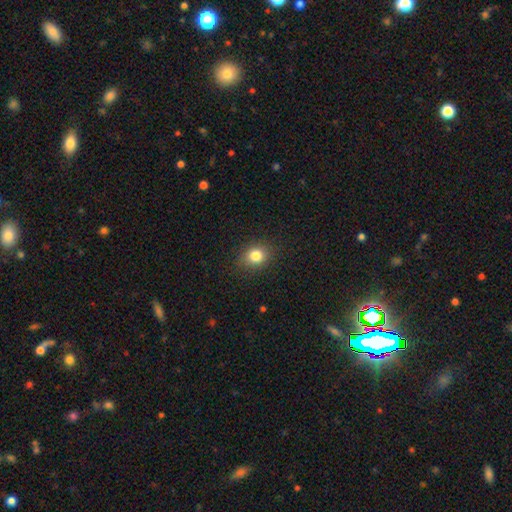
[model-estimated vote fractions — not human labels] Morphology: type=smooth (82%); roundness=round (60%); merging=none (87%).